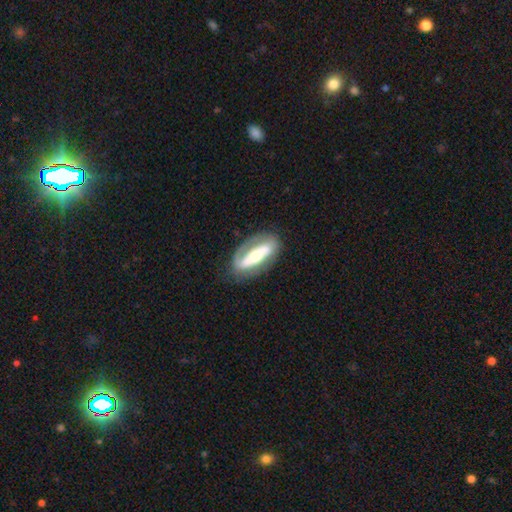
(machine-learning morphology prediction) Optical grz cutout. It shows a featured or disk galaxy (71%) with a strong bar (63%), spiral arms (66%) and a moderate central bulge (51%). Merging: none (72%).